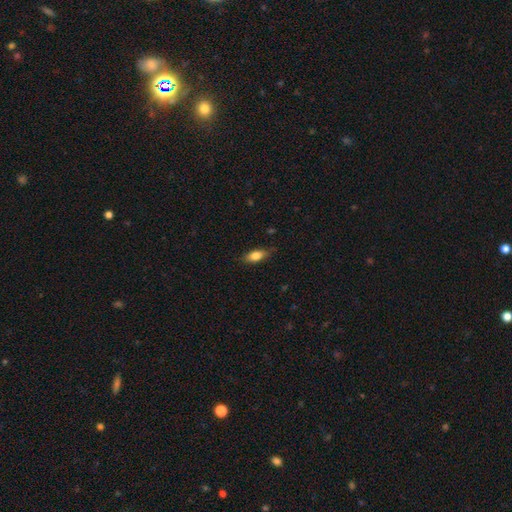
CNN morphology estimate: Smooth or featured: smooth — 79% (featured or disk — 13%)
How rounded: in between — 79% (cigar-shaped — 17%)
Merging: none — 81% (minor disturbance — 15%)